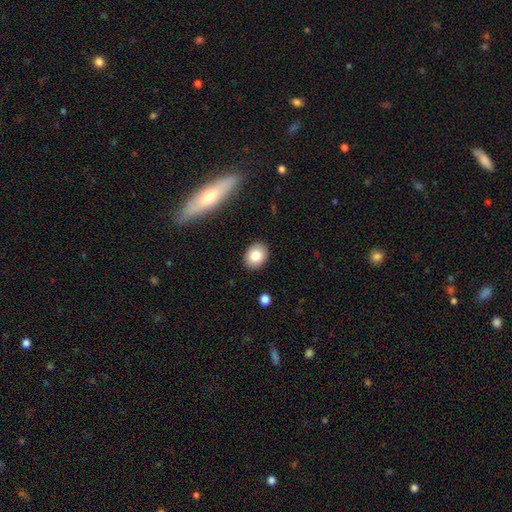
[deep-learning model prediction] This appears to be a smooth galaxy with no disk features (82%) that is in between round and cigar-shaped (52%). Merging: none (90%).